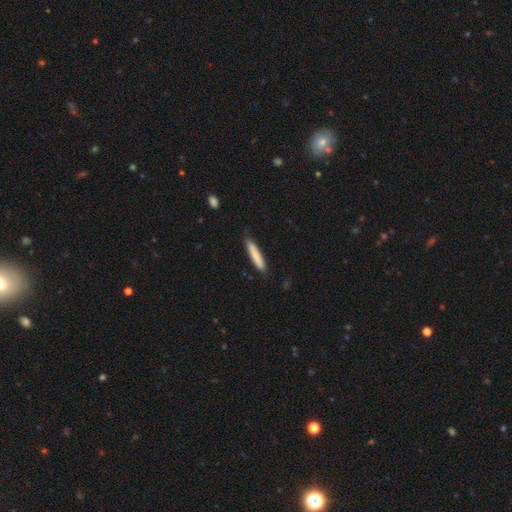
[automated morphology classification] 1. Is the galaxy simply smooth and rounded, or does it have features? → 82% smooth, 12% featured or disk, 5% star or artifact.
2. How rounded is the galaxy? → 90% cigar-shaped, 9% in between, 1% round.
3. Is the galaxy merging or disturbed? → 84% none, 13% minor disturbance, 2% major disturbance, 1% merger.